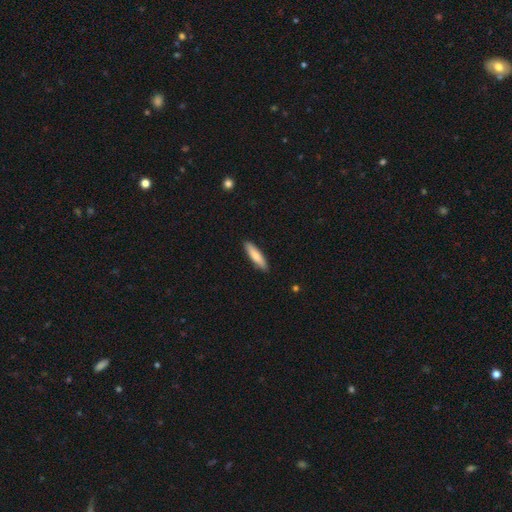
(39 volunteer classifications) A smooth galaxy with no disk features (82%) that is cigar-shaped (72%).

Vote fractions:
- Smooth or featured? smooth: 82% / featured or disk: 18% / star or artifact: 0%
- How rounded? cigar-shaped: 72% / in between: 28% / round: 0%
- Merging? none: 85% / minor disturbance: 15% / major disturbance: 0% / merger: 0%